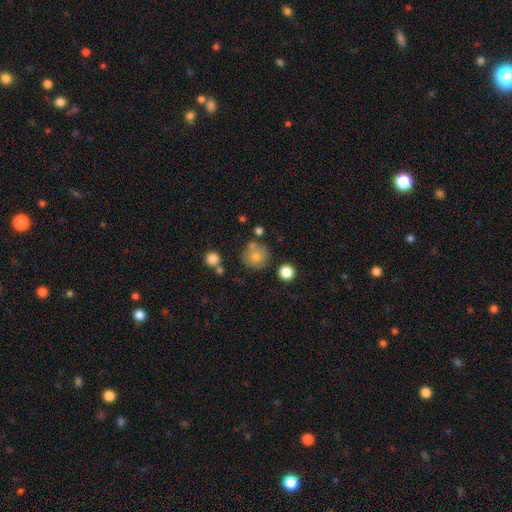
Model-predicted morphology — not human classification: type=smooth (76%); roundness=round (91%); merging=none (68%).